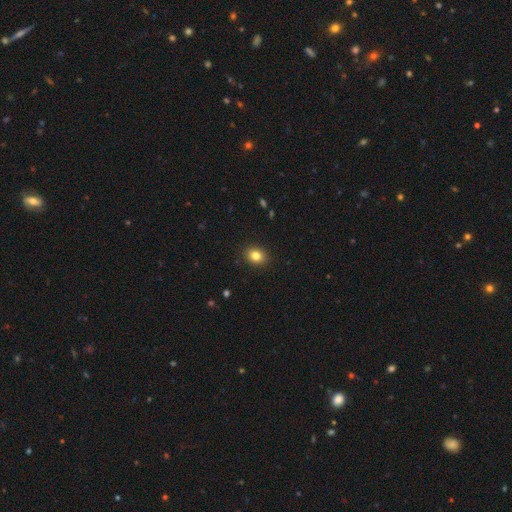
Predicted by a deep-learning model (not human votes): This is clearly a smooth galaxy (83%). How rounded: possibly in between (55%). Merging: clearly none (90%).